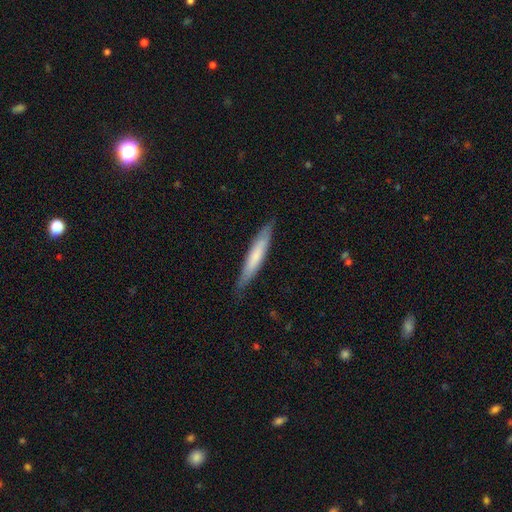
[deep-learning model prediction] Q: Smooth or featured?
A: smooth (61%); runner-up: featured or disk (33%)
Q: How rounded?
A: cigar-shaped (92%); runner-up: in between (7%)
Q: Merging?
A: none (83%); runner-up: minor disturbance (13%)